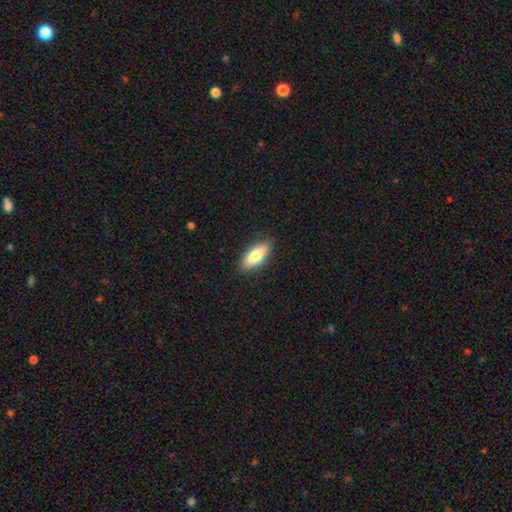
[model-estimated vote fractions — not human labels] Smooth or featured? Predicted: smooth (p=0.79). How rounded? Predicted: in between (p=0.79). Merging? Predicted: none (p=0.88).